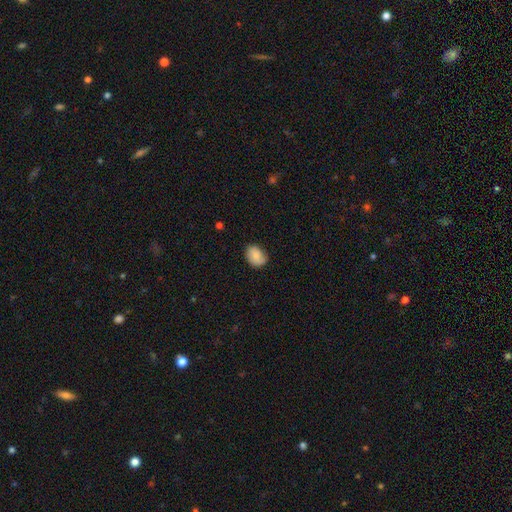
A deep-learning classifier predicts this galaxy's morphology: A smooth galaxy with no disk features (80%) that is in between round and cigar-shaped (70%). Merging: none (70%).